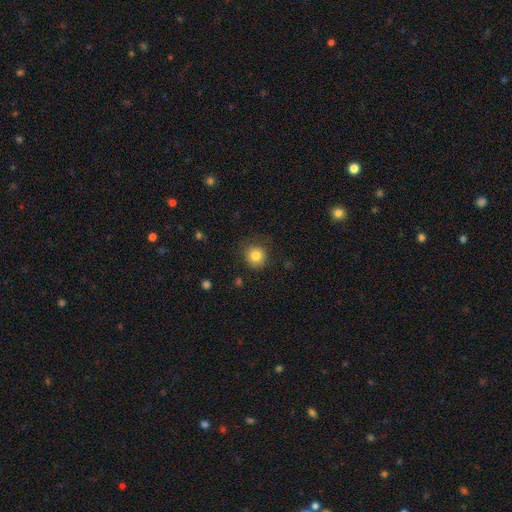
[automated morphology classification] type=smooth (82%); roundness=round (90%); merging=none (80%).